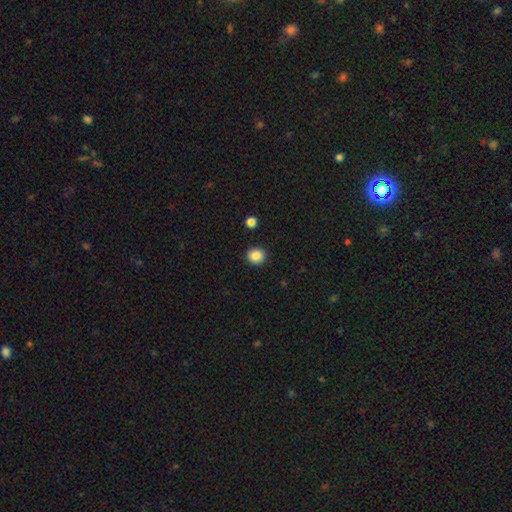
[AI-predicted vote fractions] This appears to be a smooth galaxy with no disk features (87%) that is round (88%). Merging: none (91%).